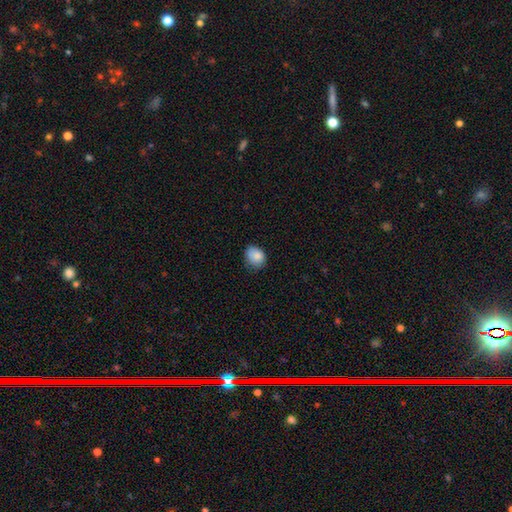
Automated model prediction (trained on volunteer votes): Smooth or featured? Predicted: smooth (p=0.86). How rounded? Predicted: in between (p=0.56). Merging? Predicted: none (p=0.66).